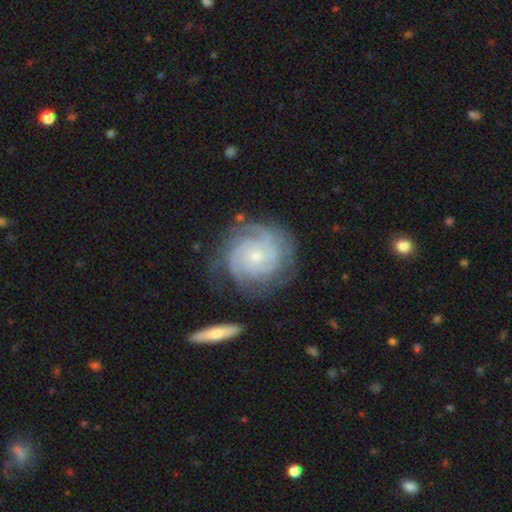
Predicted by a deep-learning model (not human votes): smooth-or-featured: featured or disk: 84% | smooth: 10% | star or artifact: 6%
  disk-edge-on: no: 97% | yes: 3%
    bar: no: 79% | weak: 17% | strong: 4%
    has-spiral-arms: yes: 96% | no: 4%
      spiral-winding: tight: 72% | medium: 23% | loose: 5%
      spiral-arm-count: can't tell: 26% | 3: 24% | 4: 24% | 2: 13% | more than 4: 8% | 1: 6%
    bulge-size: small: 78% | moderate: 18% | none: 2% | large: 1% | dominant: 1%
  merging: none: 72% | minor disturbance: 17% | major disturbance: 8% | merger: 3%